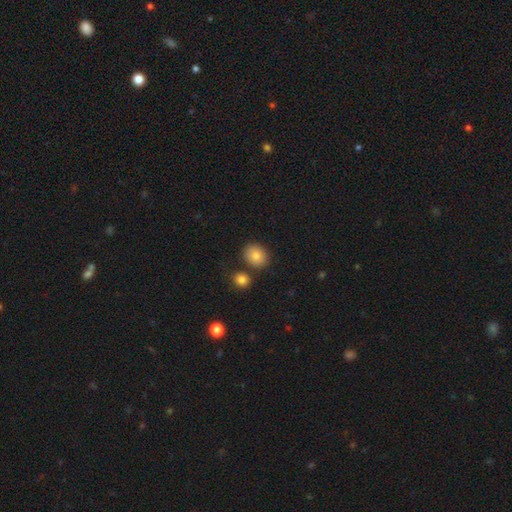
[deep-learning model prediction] smooth-or-featured: smooth: 84% | star or artifact: 9% | featured or disk: 7%
  how-rounded: round: 58% | in between: 41% | cigar-shaped: 1%
  merging: none: 77% | merger: 10% | minor disturbance: 10% | major disturbance: 3%